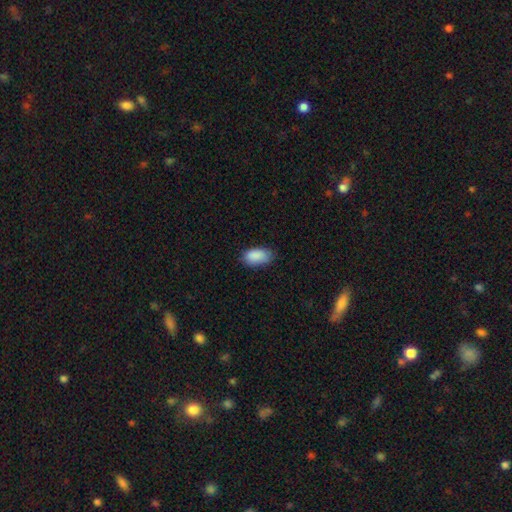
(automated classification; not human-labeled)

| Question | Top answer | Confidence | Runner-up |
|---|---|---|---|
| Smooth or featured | smooth | 89% | star or artifact (7%) |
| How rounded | in between | 94% | round (4%) |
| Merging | none | 76% | minor disturbance (20%) |